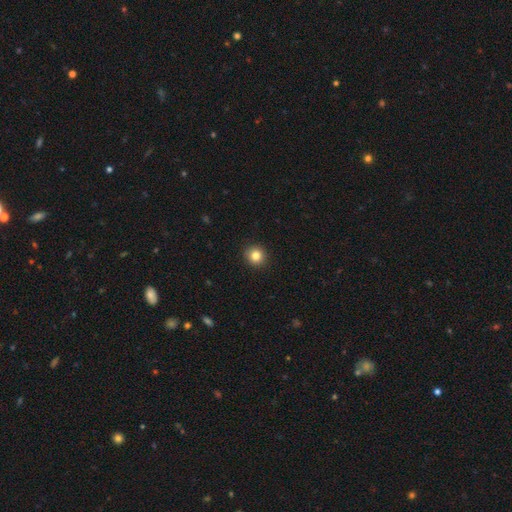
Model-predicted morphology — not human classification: Smooth or featured?
  - smooth: 83% *
  - star or artifact: 11%
  - featured or disk: 6%
How rounded?
  - round: 91% *
  - in between: 8%
  - cigar-shaped: 1%
Merging?
  - none: 93% *
  - minor disturbance: 5%
  - major disturbance: 2%
  - merger: 1%